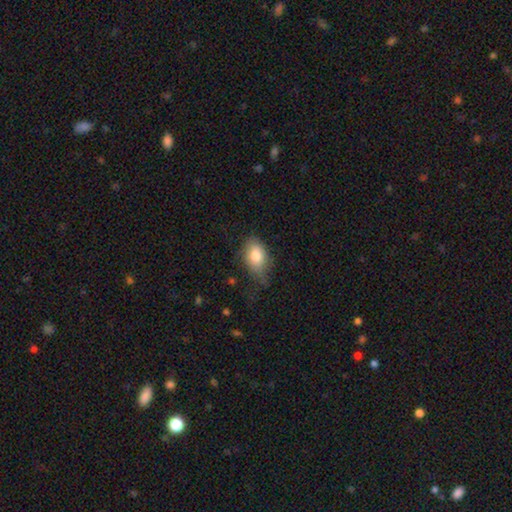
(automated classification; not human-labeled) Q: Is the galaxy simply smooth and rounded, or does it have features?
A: smooth — 81%.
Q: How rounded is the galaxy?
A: in between — 86%.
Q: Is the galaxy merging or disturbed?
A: none — 58%.